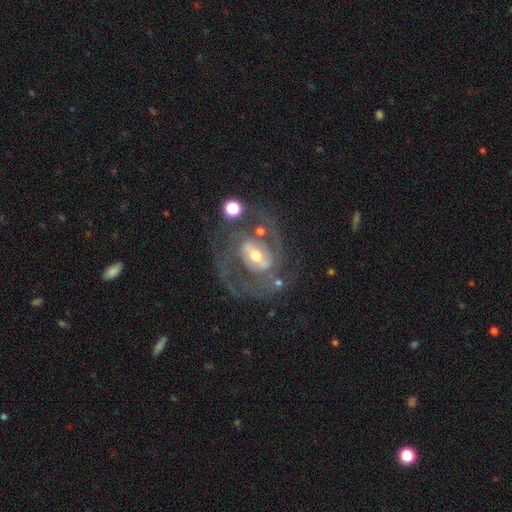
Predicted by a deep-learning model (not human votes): This appears to be a featured or disk galaxy (81%) with a weak bar (39%), 2 (69%) medium (46%) spiral arms (79%) and a moderate central bulge (49%). Merging: none (59%).